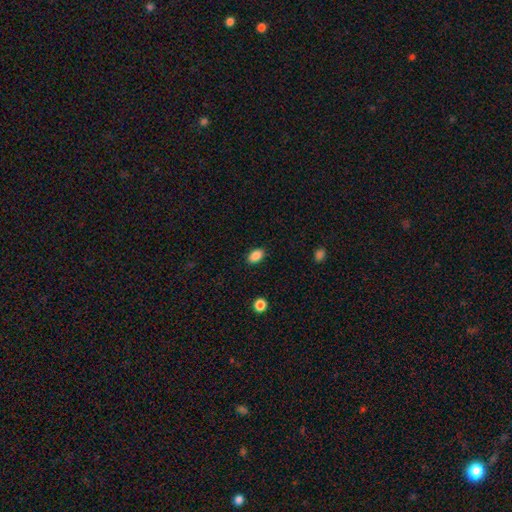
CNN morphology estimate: This is clearly a smooth galaxy (88%). How rounded: clearly in between (89%). Merging: clearly none (88%).